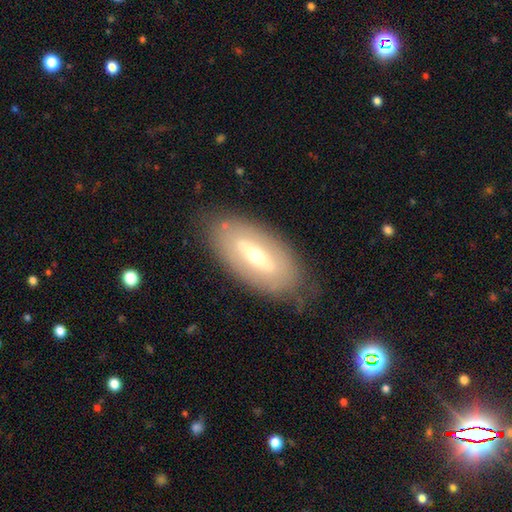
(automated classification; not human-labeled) Smooth or featured: featured or disk — 60% (smooth — 33%)
Edge-on disk: no — 77% (yes — 23%)
Merging: none — 78% (minor disturbance — 15%)